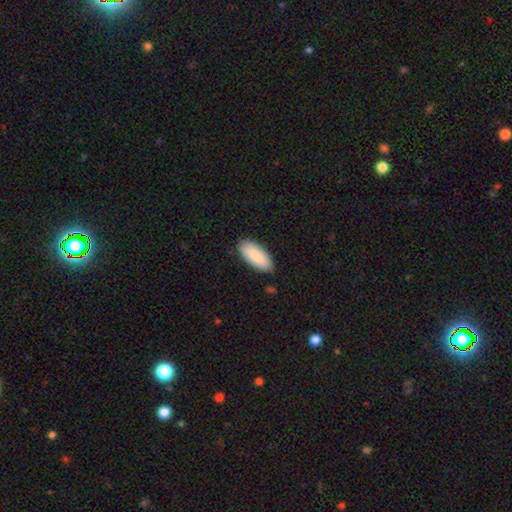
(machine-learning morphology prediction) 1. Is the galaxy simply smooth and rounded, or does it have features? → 87% smooth, 7% featured or disk, 5% star or artifact.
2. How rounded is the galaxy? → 88% in between, 11% cigar-shaped, 2% round.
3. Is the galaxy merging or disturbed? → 86% none, 10% minor disturbance, 2% major disturbance, 1% merger.